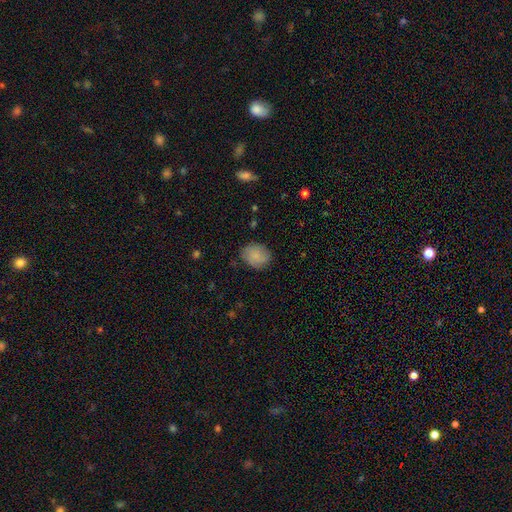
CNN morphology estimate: Q: Smooth or featured?
A: smooth (83%); runner-up: featured or disk (10%)
Q: How rounded?
A: round (55%); runner-up: in between (44%)
Q: Merging?
A: none (79%); runner-up: minor disturbance (16%)